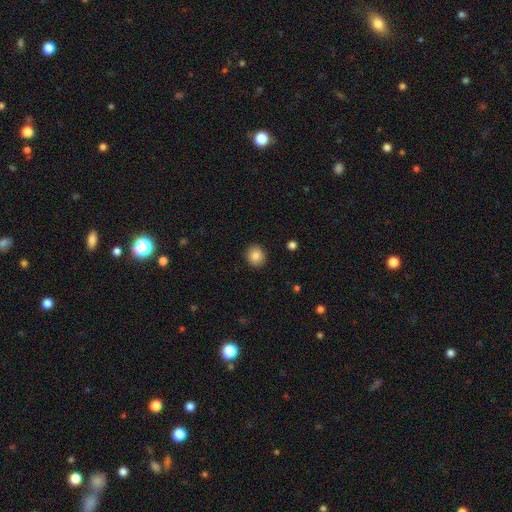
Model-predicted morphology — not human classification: Smooth or featured? Predicted: smooth (p=0.86). How rounded? Predicted: round (p=0.83). Merging? Predicted: none (p=0.91).